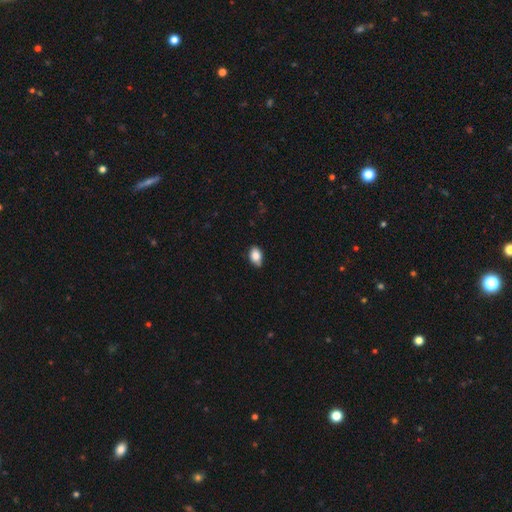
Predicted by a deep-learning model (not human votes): smooth-or-featured: smooth: 85% | star or artifact: 8% | featured or disk: 7%
  how-rounded: in between: 84% | round: 15% | cigar-shaped: 1%
  merging: none: 75% | minor disturbance: 21% | major disturbance: 3% | merger: 1%